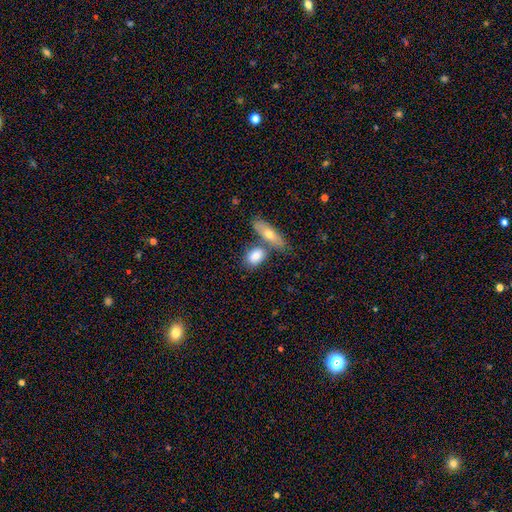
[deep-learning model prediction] Overall: smooth (79%). How rounded: in between (76%). Merging: none (48%; merger 37%).